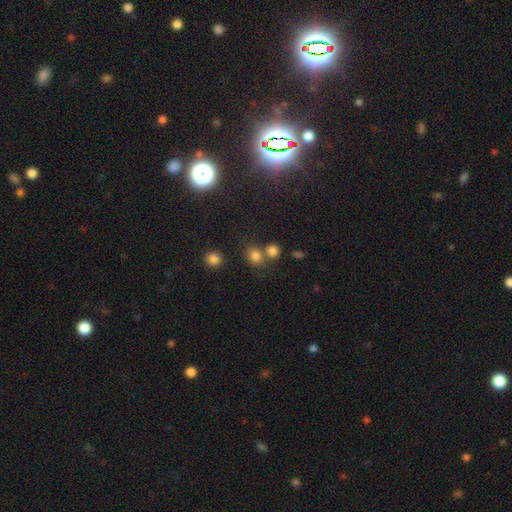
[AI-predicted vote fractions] smooth-or-featured: smooth: 77% | star or artifact: 16% | featured or disk: 7%
  how-rounded: round: 73% | in between: 26% | cigar-shaped: 1%
  merging: none: 57% | merger: 31% | minor disturbance: 9% | major disturbance: 4%